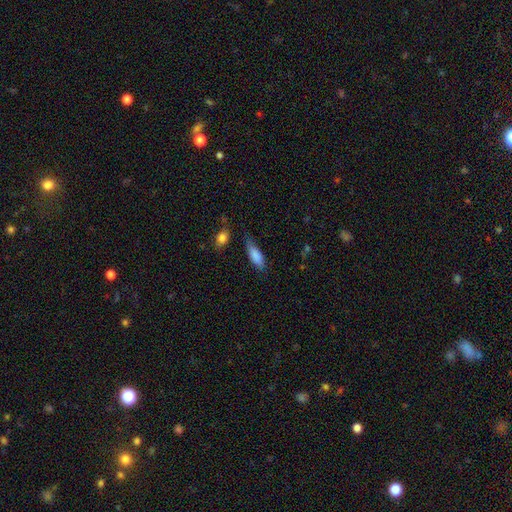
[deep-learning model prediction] The model was most divided on "how rounded": in between: 59%, cigar-shaped: 39%, round: 2%. More confident: smooth or featured — smooth (85%); merging — none (66%).